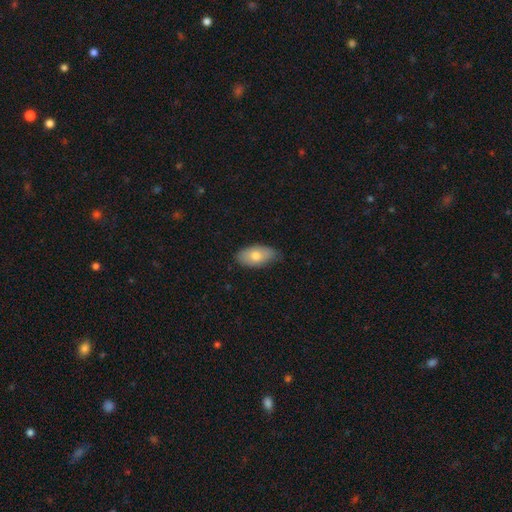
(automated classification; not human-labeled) This is likely a smooth galaxy (73%). How rounded: clearly in between (92%). Merging: likely none (75%).